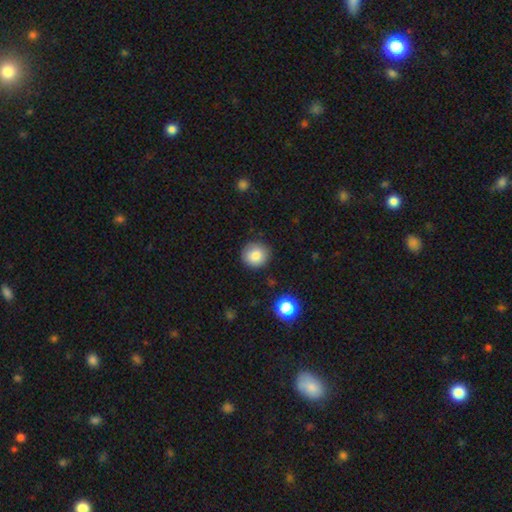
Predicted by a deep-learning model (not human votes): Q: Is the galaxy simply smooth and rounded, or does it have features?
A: smooth — 83%.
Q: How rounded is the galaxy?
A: round — 90%.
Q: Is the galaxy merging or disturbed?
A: none — 87%.